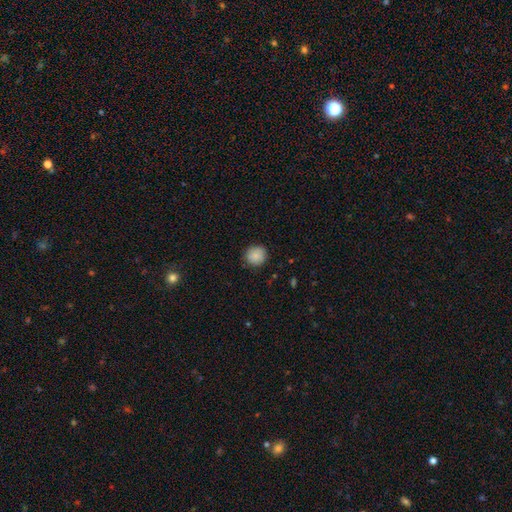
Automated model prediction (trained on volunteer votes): Smooth or featured? Predicted: smooth (p=0.86). How rounded? Predicted: round (p=0.91). Merging? Predicted: none (p=0.86).